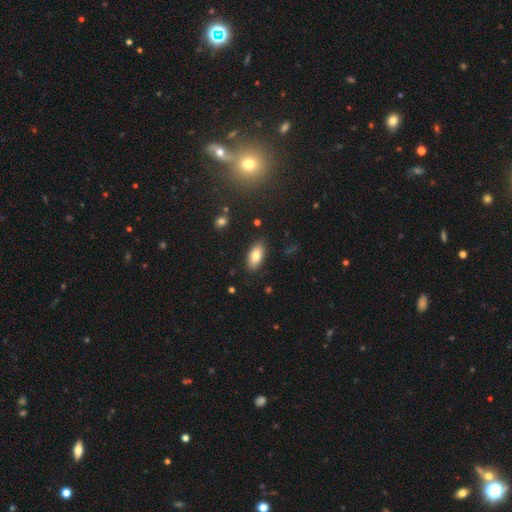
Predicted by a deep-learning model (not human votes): Overall: smooth (82%). How rounded: in between (91%). Merging: none (87%).